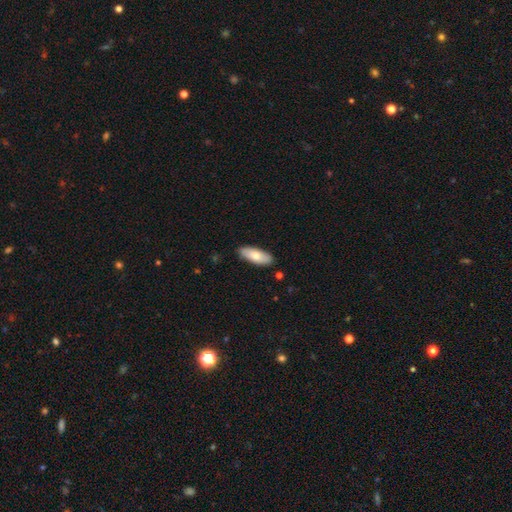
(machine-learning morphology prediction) A smooth galaxy with no disk features (74%) that is in between round and cigar-shaped (79%).

Vote fractions:
- Smooth or featured? smooth: 74% / featured or disk: 21% / star or artifact: 6%
- How rounded? in between: 79% / cigar-shaped: 19% / round: 2%
- Merging? none: 87% / minor disturbance: 10% / major disturbance: 2% / merger: 1%